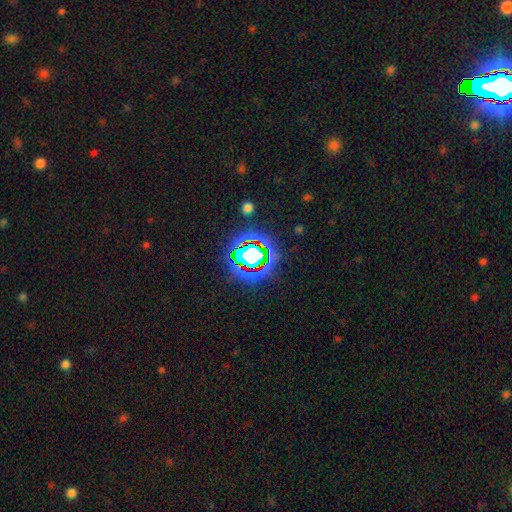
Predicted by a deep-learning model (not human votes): Smooth or featured?
  - star or artifact: 70% *
  - smooth: 18%
  - featured or disk: 12%